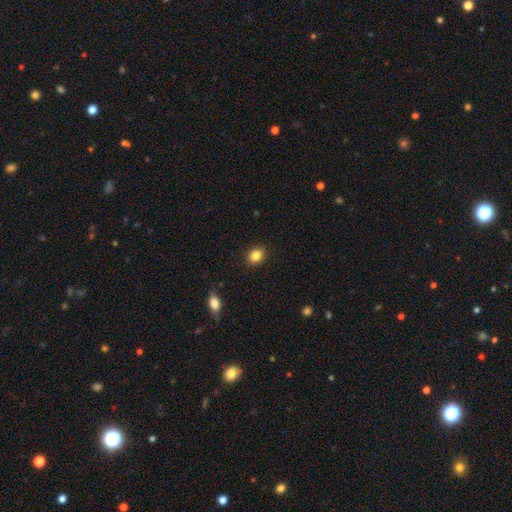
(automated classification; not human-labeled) Smooth or featured? Predicted: smooth (p=0.85). How rounded? Predicted: round (p=0.53). Merging? Predicted: none (p=0.90).